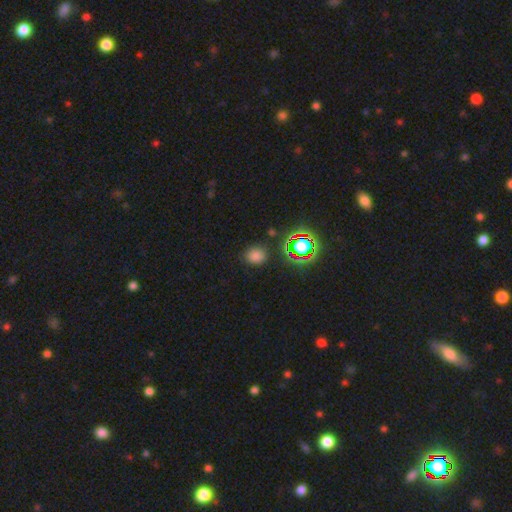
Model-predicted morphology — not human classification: smooth_or_featured: smooth (p=0.71) [alt: star or artifact p=0.23]
how_rounded: round (p=0.69) [alt: in between p=0.29]
merging: none (p=0.84) [alt: minor disturbance p=0.10]